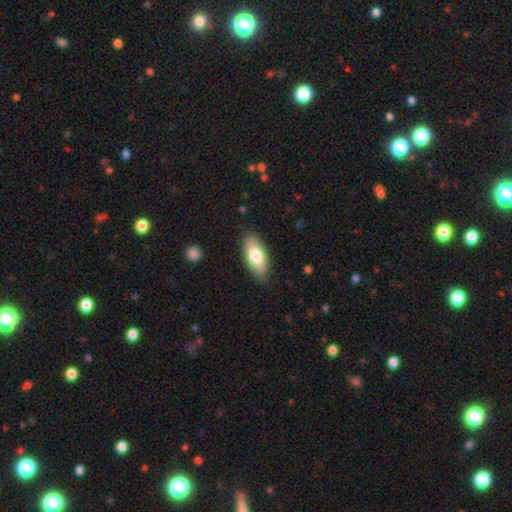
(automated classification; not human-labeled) Smooth or featured?
  - smooth: 74% *
  - featured or disk: 20%
  - star or artifact: 6%
How rounded?
  - in between: 86% *
  - cigar-shaped: 12%
  - round: 2%
Merging?
  - none: 86% *
  - minor disturbance: 11%
  - major disturbance: 2%
  - merger: 1%